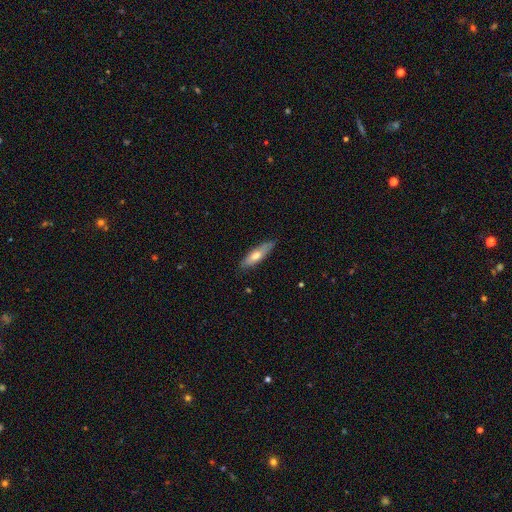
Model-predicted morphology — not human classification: Q: Smooth or featured?
A: smooth (59%); runner-up: featured or disk (35%)
Q: How rounded?
A: cigar-shaped (60%); runner-up: in between (38%)
Q: Merging?
A: none (79%); runner-up: minor disturbance (17%)